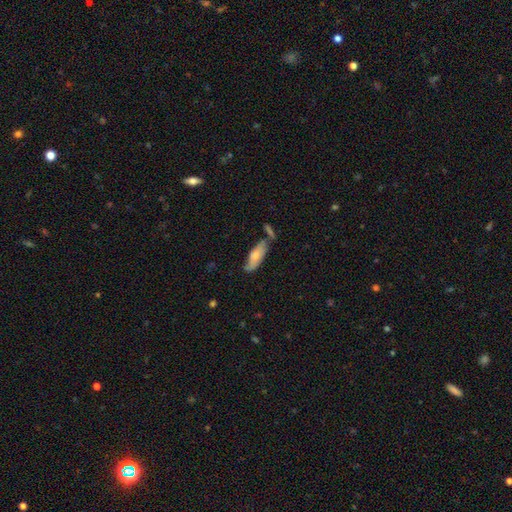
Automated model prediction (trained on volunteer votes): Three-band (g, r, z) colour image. It shows a smooth galaxy with no disk features (61%) that is in between round and cigar-shaped (70%). Merging: none (53%).